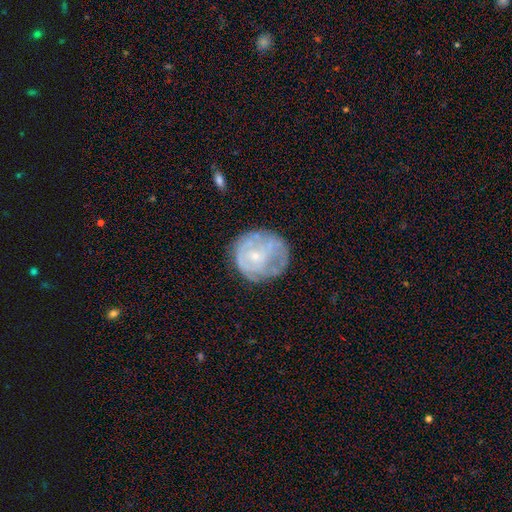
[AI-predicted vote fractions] featured or disk 55%, smooth 37%, star or artifact 8%. Down the decision tree: edge-on disk — no (98%); bar — no (83%); spiral arms — no (62%); bulge size — small (72%); merging — none (58%).